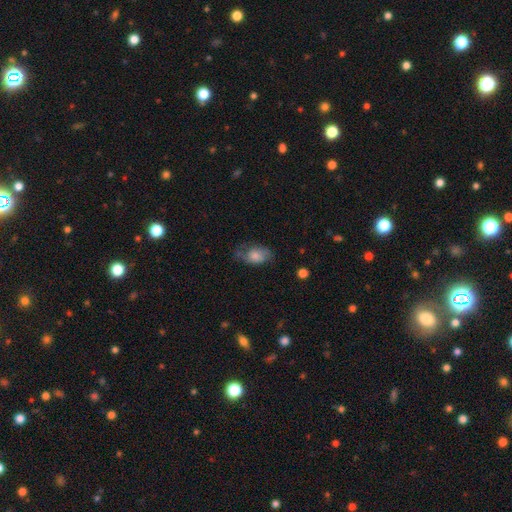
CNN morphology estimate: smooth_or_featured: smooth (p=0.63) [alt: featured or disk p=0.29]
how_rounded: in between (p=0.86) [alt: round p=0.12]
merging: none (p=0.51) [alt: minor disturbance p=0.30]